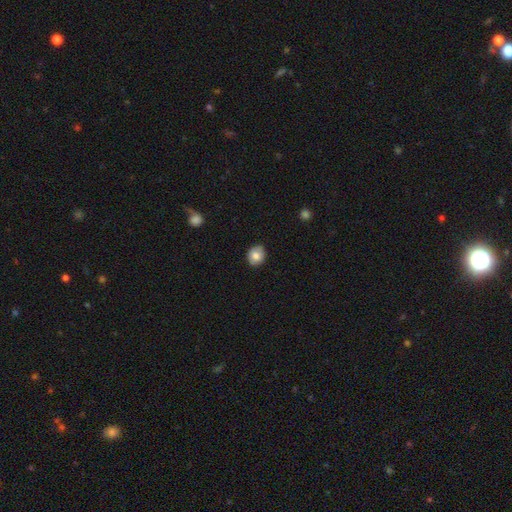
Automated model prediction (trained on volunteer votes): Morphology: type=smooth (79%); roundness=round (70%); merging=none (84%).